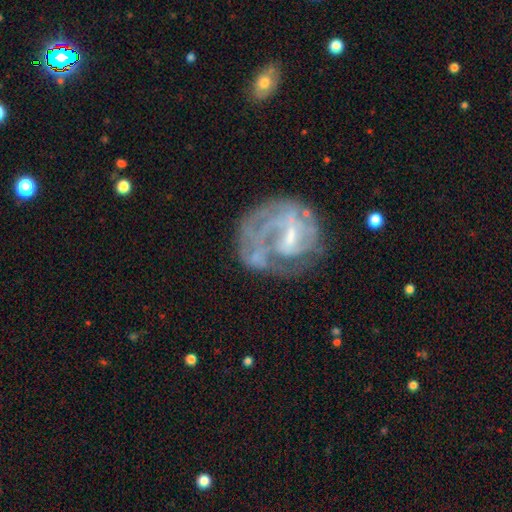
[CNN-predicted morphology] smooth-or-featured: featured or disk: 77% | smooth: 16% | star or artifact: 7%
  disk-edge-on: no: 98% | yes: 2%
    bar: weak: 50% | no: 31% | strong: 20%
    has-spiral-arms: yes: 75% | no: 25%
      spiral-winding: tight: 45% | medium: 35% | loose: 20%
      spiral-arm-count: 1: 30% | can't tell: 29% | 2: 21% | 3: 12% | 4: 4% | more than 4: 4%
    bulge-size: small: 36% | moderate: 30% | none: 29% | large: 4% | dominant: 1%
  merging: none: 40% | major disturbance: 34% | minor disturbance: 19% | merger: 7%